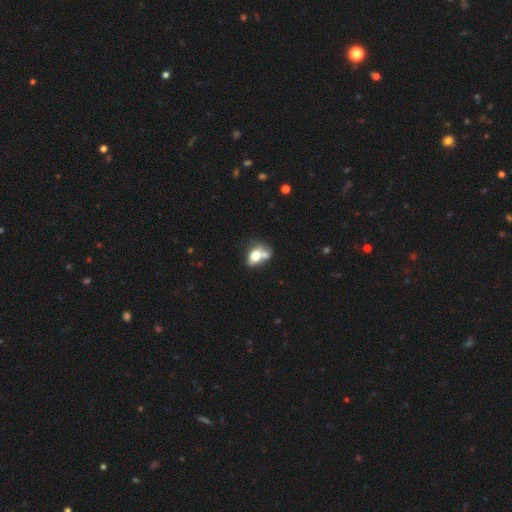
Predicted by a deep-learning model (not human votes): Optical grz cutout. It shows a smooth galaxy with no disk features (68%) that is in between round and cigar-shaped (72%). Merging: merger (53%).